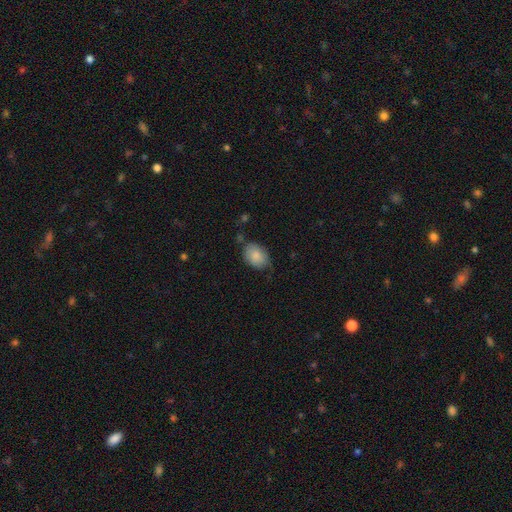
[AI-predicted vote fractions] Smooth or featured?
  - smooth: 86% *
  - featured or disk: 8%
  - star or artifact: 7%
How rounded?
  - in between: 80% *
  - round: 19%
  - cigar-shaped: 1%
Merging?
  - none: 66% *
  - minor disturbance: 26%
  - major disturbance: 5%
  - merger: 3%